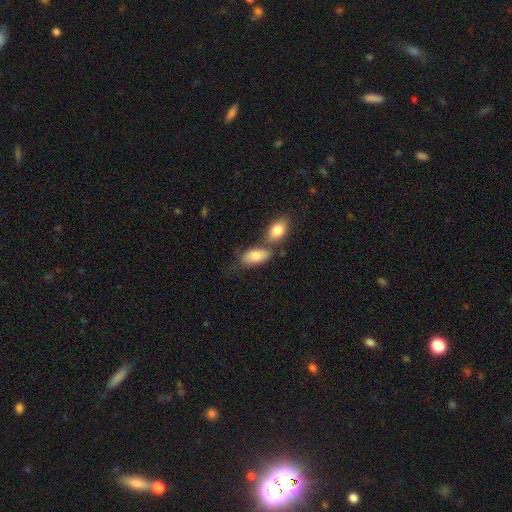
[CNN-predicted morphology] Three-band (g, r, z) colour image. It shows a smooth galaxy with no disk features (81%) that is in between round and cigar-shaped (91%). Merging: none (43%).